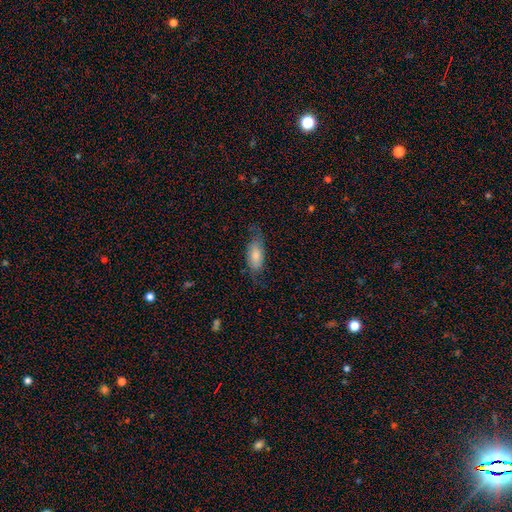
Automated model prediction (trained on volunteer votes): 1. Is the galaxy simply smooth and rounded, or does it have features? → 70% smooth, 23% featured or disk, 6% star or artifact.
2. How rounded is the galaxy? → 84% in between, 14% cigar-shaped, 2% round.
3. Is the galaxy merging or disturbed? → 63% none, 26% minor disturbance, 10% major disturbance, 1% merger.